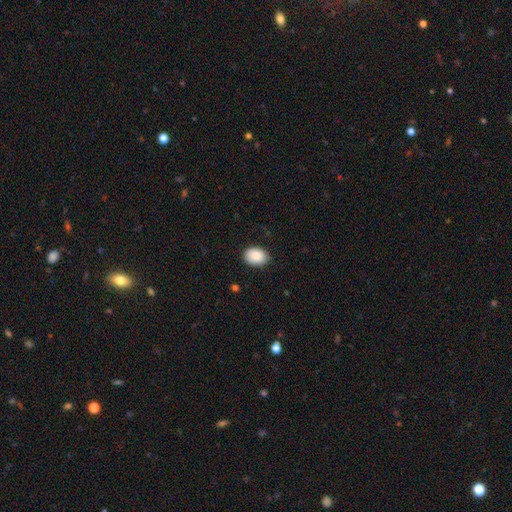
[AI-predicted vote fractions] Smooth or featured? Predicted: smooth (p=0.87). How rounded? Predicted: in between (p=0.74). Merging? Predicted: none (p=0.82).